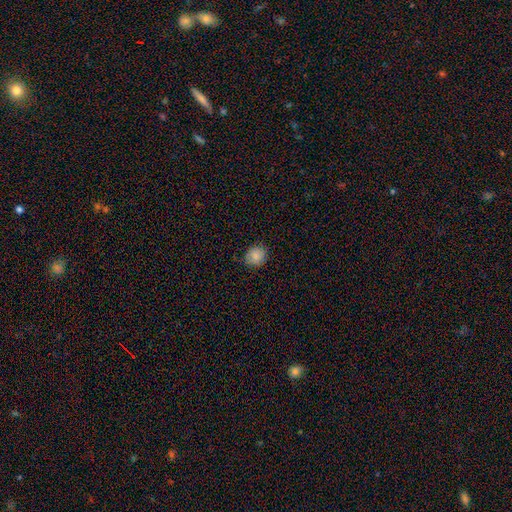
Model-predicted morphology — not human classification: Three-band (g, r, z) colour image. It shows a smooth galaxy with no disk features (84%) that is round (77%). Merging: none (81%).